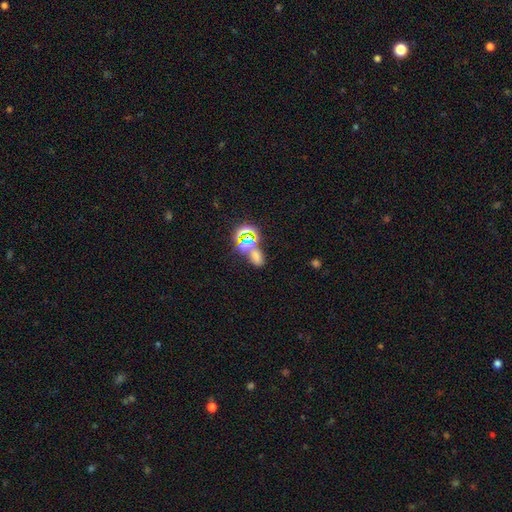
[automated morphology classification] A smooth galaxy with no disk features (49%).

Vote fractions:
- Smooth or featured? smooth: 49% / star or artifact: 42% / featured or disk: 9%
- Merging? none: 56% / merger: 24% / minor disturbance: 13% / major disturbance: 7%